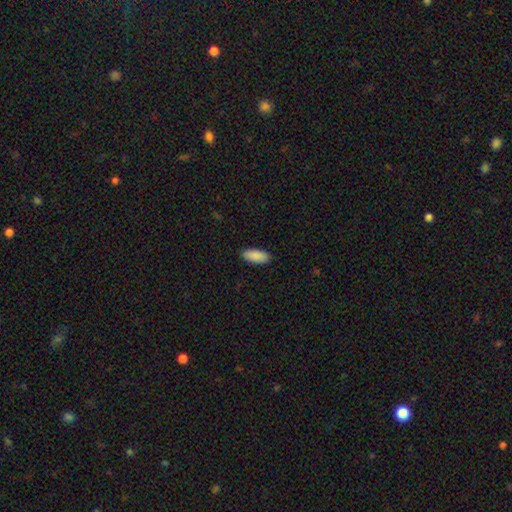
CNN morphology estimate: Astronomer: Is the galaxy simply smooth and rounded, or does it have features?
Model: smooth — 91%.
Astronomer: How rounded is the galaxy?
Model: in between — 83%.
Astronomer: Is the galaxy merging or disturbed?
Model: none — 90%.